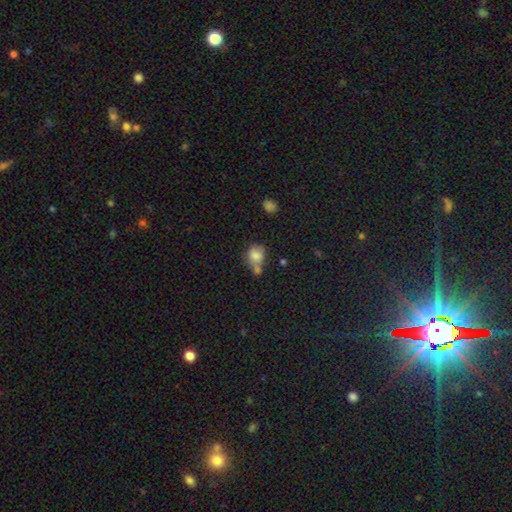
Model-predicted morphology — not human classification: type=smooth (79%); roundness=round (60%); merging=none (41%).